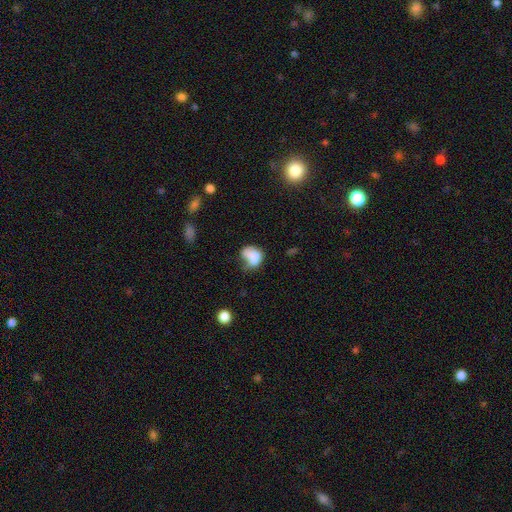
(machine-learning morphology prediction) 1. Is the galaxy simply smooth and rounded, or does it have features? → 70% smooth, 20% featured or disk, 10% star or artifact.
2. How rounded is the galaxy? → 66% in between, 33% round, 1% cigar-shaped.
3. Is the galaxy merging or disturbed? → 26% merger (tied), 26% none (tied), 24% minor disturbance, 24% major disturbance.